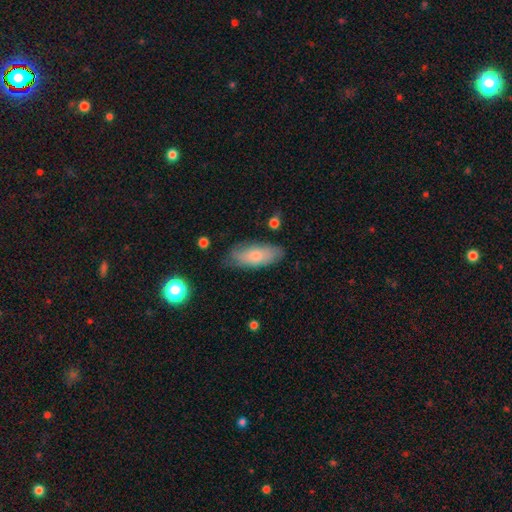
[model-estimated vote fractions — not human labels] Overall: smooth (73%). How rounded: in between (81%). Merging: none (73%).